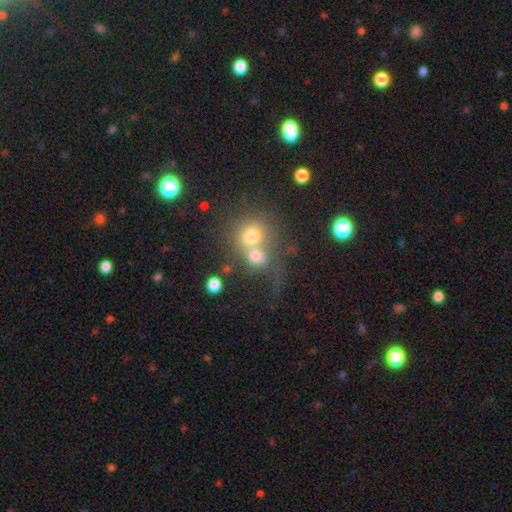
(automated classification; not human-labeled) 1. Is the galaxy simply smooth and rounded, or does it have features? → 65% smooth, 20% featured or disk, 15% star or artifact.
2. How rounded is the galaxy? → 73% round, 25% in between, 1% cigar-shaped.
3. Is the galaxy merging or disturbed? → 64% merger, 22% none, 8% major disturbance, 6% minor disturbance.